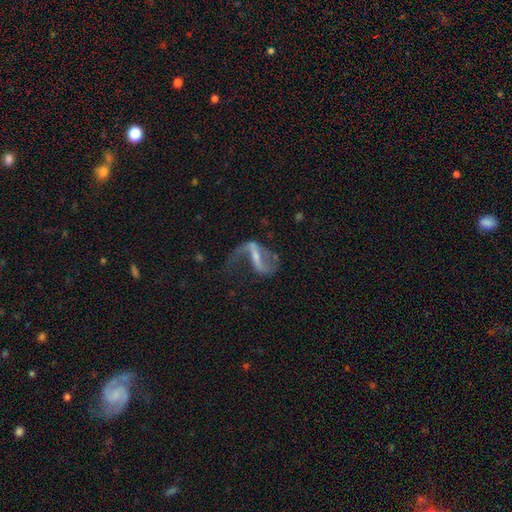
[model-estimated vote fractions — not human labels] This is clearly a featured or disk galaxy (82%). It is clearly not viewed edge-on (94%). Bar: possibly strong (53%). Spiral arm pattern: clearly yes (88%). Spiral arm count: likely 2 (74%). Spiral winding: likely loose (80%). Central bulge: possibly small (55%). Merging: possibly none (46%).